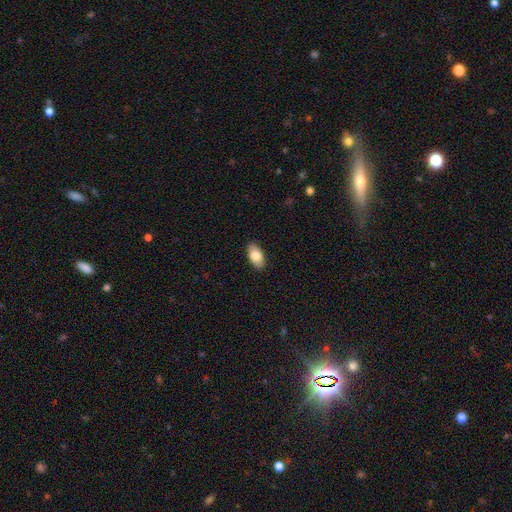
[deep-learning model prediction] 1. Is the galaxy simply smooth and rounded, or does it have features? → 83% smooth, 11% featured or disk, 6% star or artifact.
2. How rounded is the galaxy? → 94% in between, 3% round, 3% cigar-shaped.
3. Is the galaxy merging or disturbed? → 89% none, 9% minor disturbance, 2% major disturbance, 1% merger.